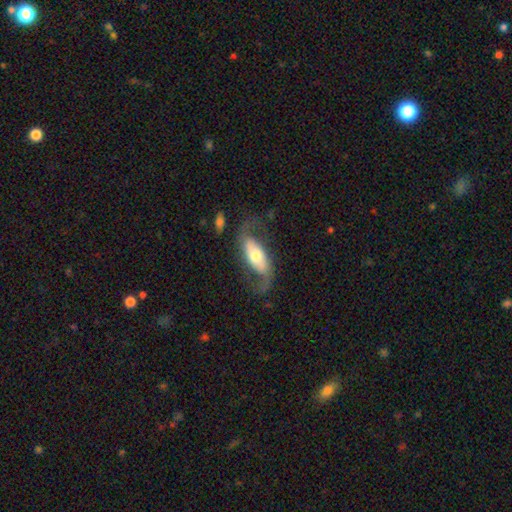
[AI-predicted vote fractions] This appears to be a featured or disk galaxy (72%) with no bar (45%), 2 (89%) loose (64%) spiral arms (87%) and a moderate central bulge (58%). Merging: none (64%).